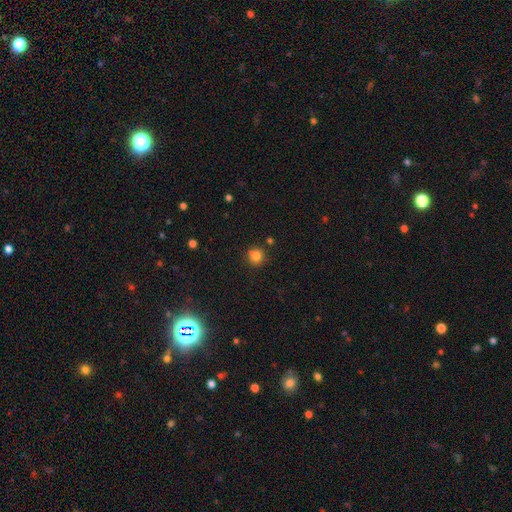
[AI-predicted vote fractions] Smooth or featured?
  - smooth: 81% *
  - star or artifact: 13%
  - featured or disk: 6%
How rounded?
  - round: 90% *
  - in between: 9%
  - cigar-shaped: 1%
Merging?
  - none: 79% *
  - minor disturbance: 12%
  - merger: 7%
  - major disturbance: 3%